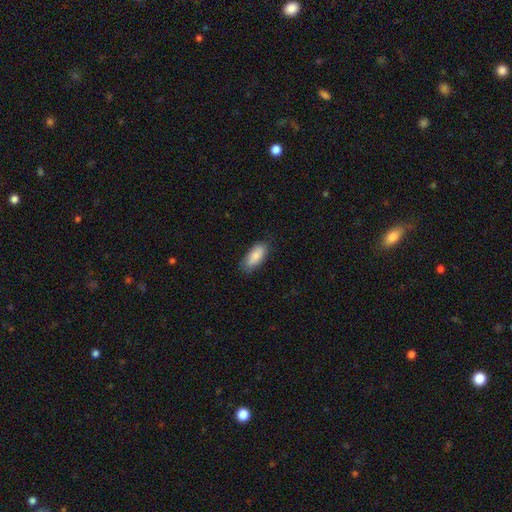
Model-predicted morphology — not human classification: A smooth galaxy with no disk features (85%) that is in between round and cigar-shaped (86%).

Vote fractions:
- Smooth or featured? smooth: 85% / featured or disk: 9% / star or artifact: 6%
- How rounded? in between: 86% / cigar-shaped: 13% / round: 2%
- Merging? none: 81% / minor disturbance: 15% / major disturbance: 3% / merger: 1%